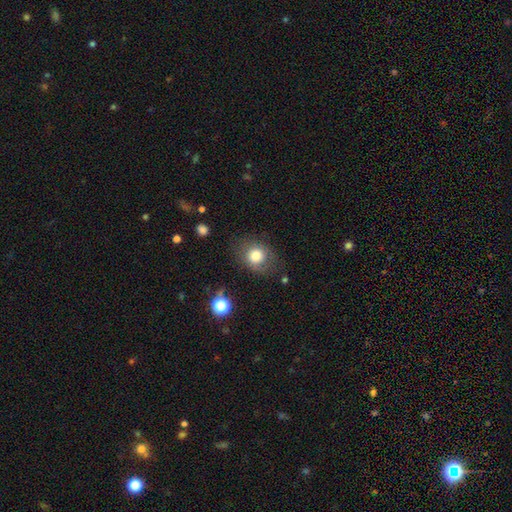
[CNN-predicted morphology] Q: Smooth or featured?
A: smooth (75%); runner-up: featured or disk (14%)
Q: How rounded?
A: round (65%); runner-up: in between (34%)
Q: Merging?
A: none (69%); runner-up: minor disturbance (19%)